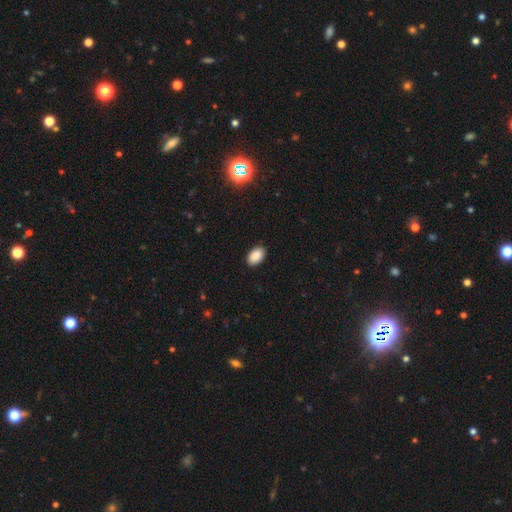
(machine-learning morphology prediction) Smooth or featured: smooth — 89% (star or artifact — 8%)
How rounded: in between — 89% (round — 9%)
Merging: none — 90% (minor disturbance — 7%)